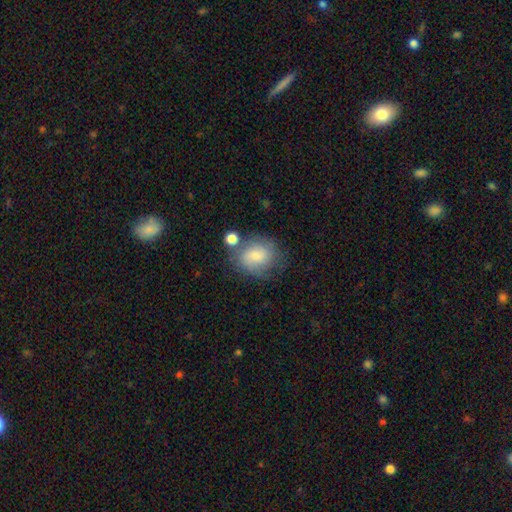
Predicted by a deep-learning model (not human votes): A smooth galaxy with no disk features (65%) that is round (61%).

Vote fractions:
- Smooth or featured? smooth: 65% / featured or disk: 26% / star or artifact: 9%
- How rounded? round: 61% / in between: 38% / cigar-shaped: 1%
- Merging? none: 56% / minor disturbance: 21% / merger: 13% / major disturbance: 10%